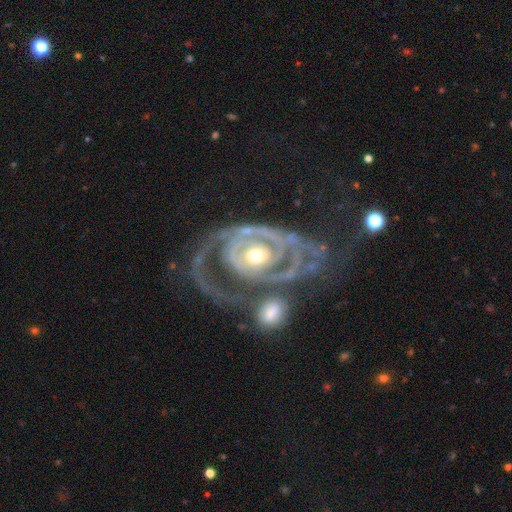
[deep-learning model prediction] A featured or disk galaxy (90%) with no bar (73%), 2 (43%) tight (60%) spiral arms (91%) and a moderate central bulge (64%).

Vote fractions:
- Smooth or featured? featured or disk: 90% / smooth: 5% / star or artifact: 5%
- Edge-on disk? no: 97% / yes: 3%
- Bar? no: 73% / weak: 18% / strong: 9%
- Spiral arms? yes: 91% / no: 9%
- Spiral winding? tight: 60% / medium: 29% / loose: 11%
- Spiral arm count? 2: 43% / can't tell: 23% / 3: 14% / 1: 10% / 4: 6% / more than 4: 5%
- Bulge size? moderate: 64% / small: 26% / large: 7% / dominant: 1% / none: 1%
- Merging? none: 37% / major disturbance: 28% / minor disturbance: 19% / merger: 15%